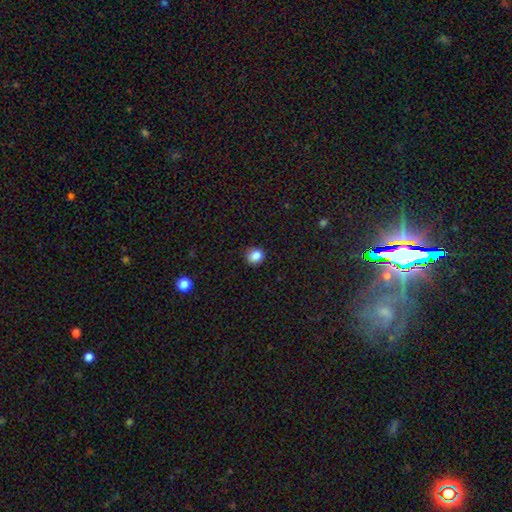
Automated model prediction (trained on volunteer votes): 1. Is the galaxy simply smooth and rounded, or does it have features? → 86% smooth, 11% star or artifact, 4% featured or disk.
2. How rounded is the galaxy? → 77% round, 22% in between, 1% cigar-shaped.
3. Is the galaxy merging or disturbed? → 85% none, 11% minor disturbance, 2% major disturbance, 1% merger.